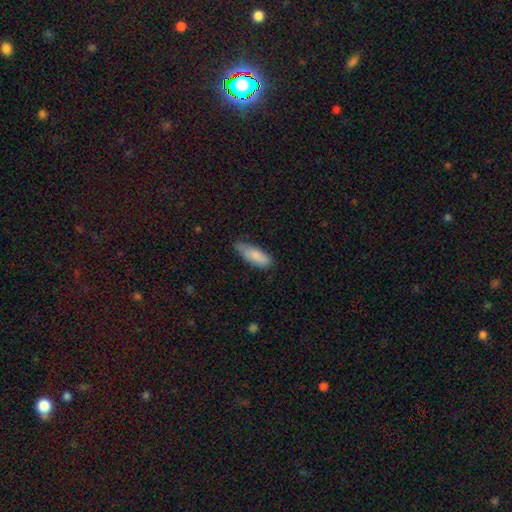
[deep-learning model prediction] Smooth or featured: smooth — 85% (featured or disk — 9%)
How rounded: in between — 66% (cigar-shaped — 32%)
Merging: none — 62% (minor disturbance — 31%)